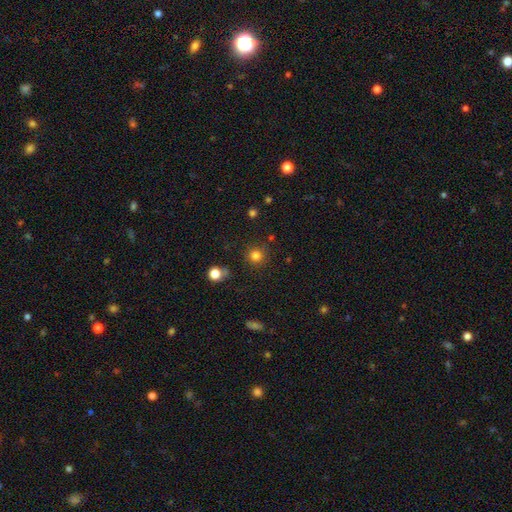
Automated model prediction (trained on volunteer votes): The model was most divided on "smooth or featured": smooth: 80%, star or artifact: 15%, featured or disk: 5%. More confident: how rounded — round (92%); merging — none (85%).